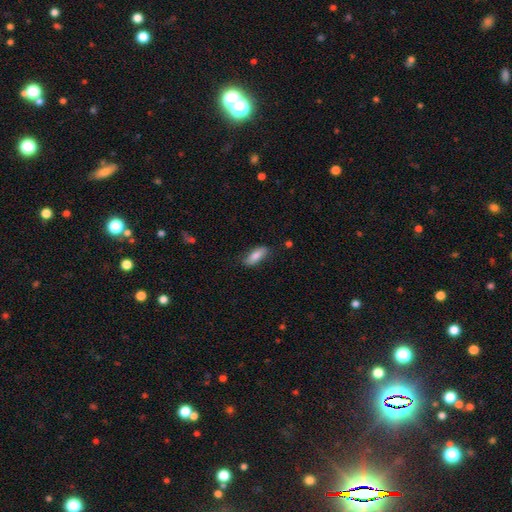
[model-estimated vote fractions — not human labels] This is clearly a smooth galaxy (81%). How rounded: likely in between (72%). Merging: likely none (79%).